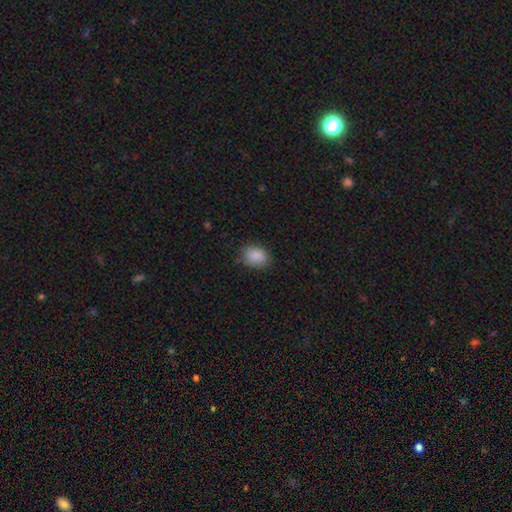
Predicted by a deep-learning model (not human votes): smooth_or_featured: smooth (p=0.88) [alt: star or artifact p=0.08]
how_rounded: in between (p=0.69) [alt: round p=0.30]
merging: none (p=0.80) [alt: minor disturbance p=0.16]